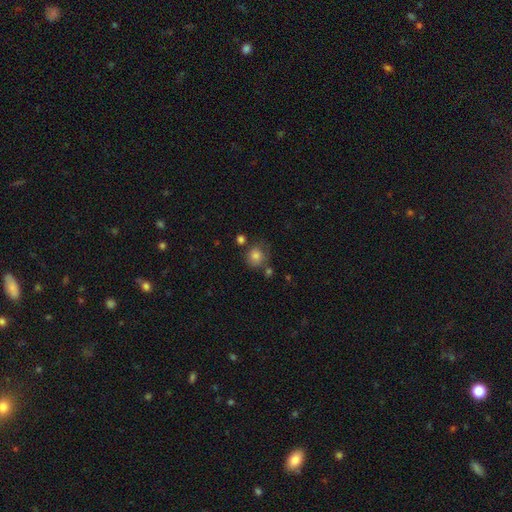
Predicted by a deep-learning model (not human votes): Smooth or featured?
  - smooth: 81% *
  - star or artifact: 10%
  - featured or disk: 8%
How rounded?
  - round: 85% *
  - in between: 14%
  - cigar-shaped: 1%
Merging?
  - none: 68% *
  - minor disturbance: 17%
  - merger: 10%
  - major disturbance: 6%